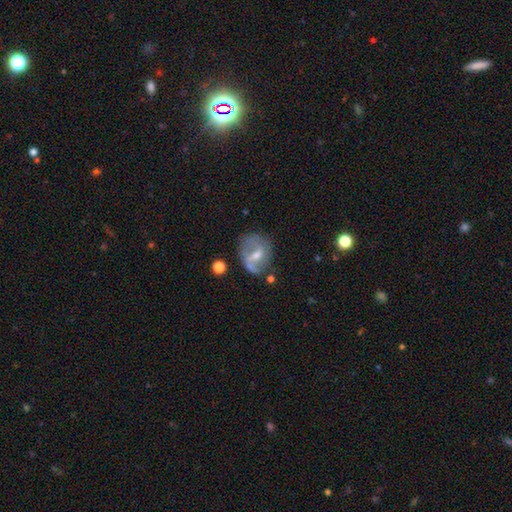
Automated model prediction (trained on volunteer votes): Q: Smooth or featured?
A: featured or disk (65%); runner-up: smooth (25%)
Q: Edge-on disk?
A: no (96%); runner-up: yes (4%)
Q: Bar?
A: weak (49%); runner-up: no (28%)
Q: Spiral arms?
A: yes (66%); runner-up: no (34%)
Q: Bulge size?
A: moderate (46%); runner-up: small (44%)
Q: Merging?
A: none (52%); runner-up: minor disturbance (25%)